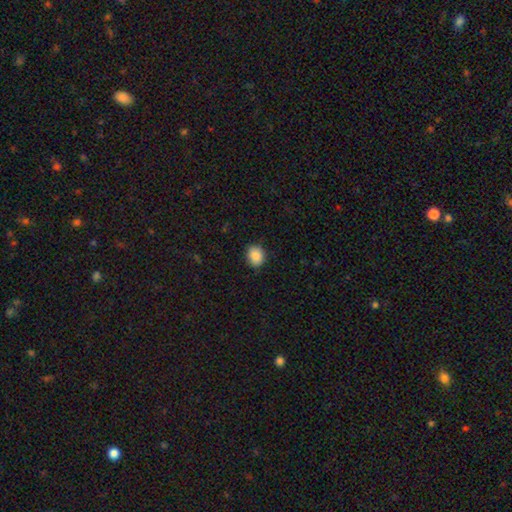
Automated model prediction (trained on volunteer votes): This appears to be a smooth galaxy with no disk features (88%) that is round (53%). Merging: none (87%).